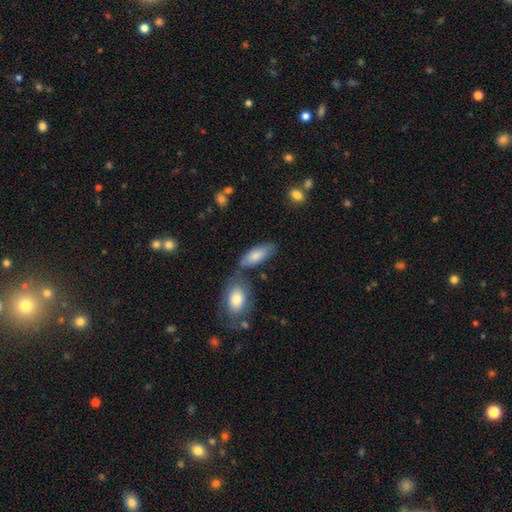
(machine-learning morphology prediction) smooth 79%, featured or disk 15%, star or artifact 6%. Down the decision tree: how rounded — in between (78%); merging — none (56%).